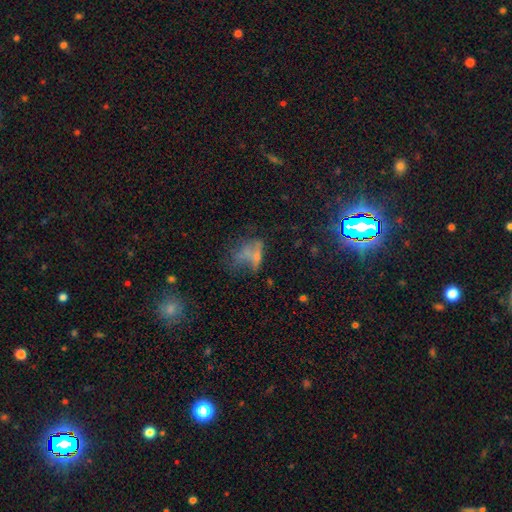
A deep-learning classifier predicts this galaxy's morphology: smooth-or-featured: star or artifact: 37% | smooth: 32% | featured or disk: 31%